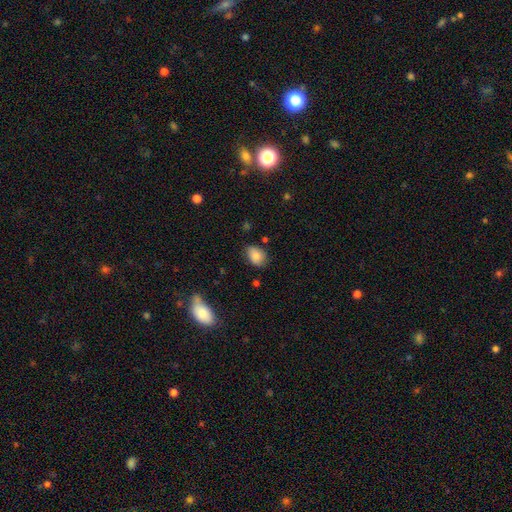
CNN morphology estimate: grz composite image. It shows a smooth galaxy with no disk features (83%) that is in between round and cigar-shaped (78%). Merging: none (75%).